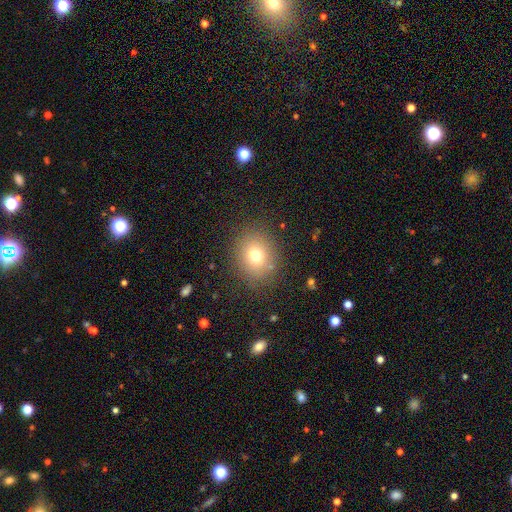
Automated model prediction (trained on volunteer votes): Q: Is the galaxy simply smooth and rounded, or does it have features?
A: smooth — 70%.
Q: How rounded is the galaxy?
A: round — 69%.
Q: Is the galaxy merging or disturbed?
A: none — 81%.